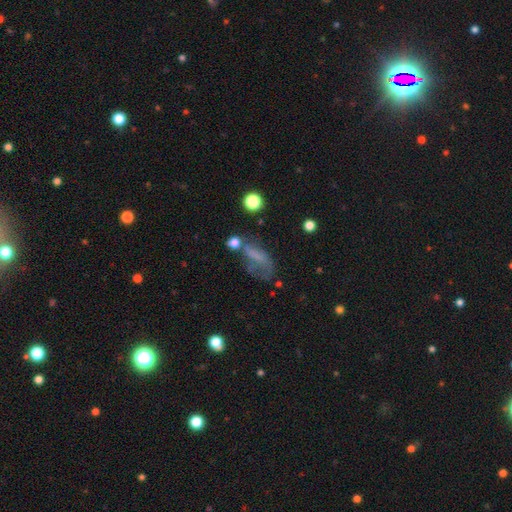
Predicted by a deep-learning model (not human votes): This appears to be a smooth galaxy with no disk features (43%). Merging: major disturbance (35%).